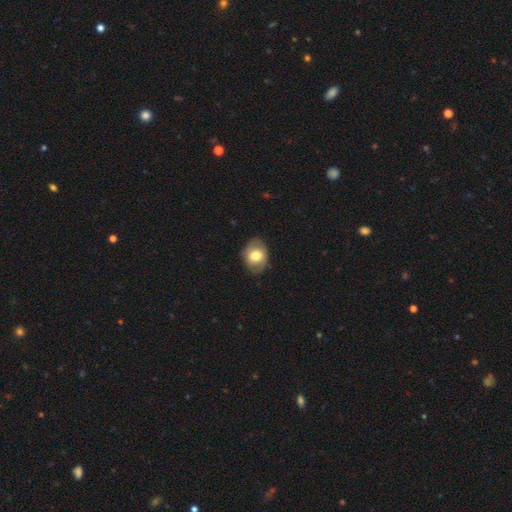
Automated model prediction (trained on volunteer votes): A smooth galaxy with no disk features (69%) that is in between round and cigar-shaped (63%). Merging: none (73%).